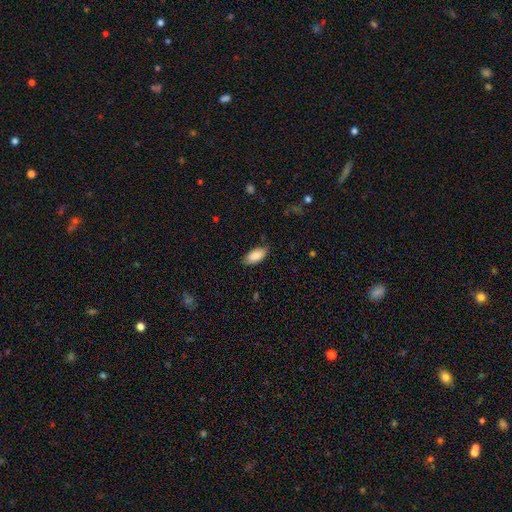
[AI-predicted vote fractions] A smooth galaxy with no disk features (89%) that is in between round and cigar-shaped (90%). Merging: none (84%).